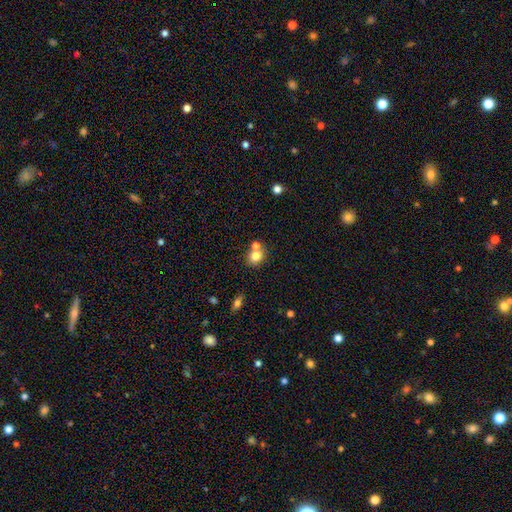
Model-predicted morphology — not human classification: Smooth or featured? smooth (78%)
How rounded? round (71%)
Merging? none (52%)